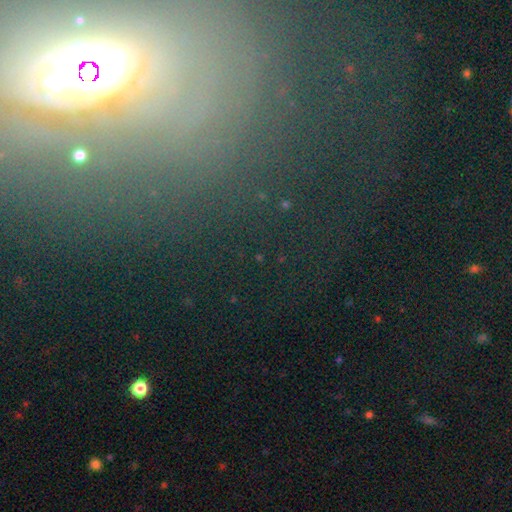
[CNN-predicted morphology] This appears to be a star or artifact, not a galaxy (59%).